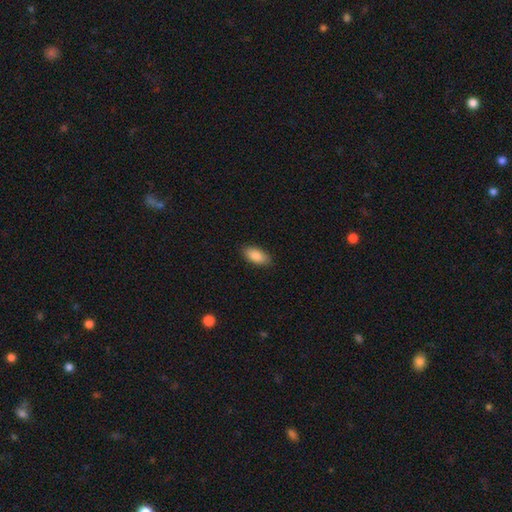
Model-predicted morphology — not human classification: smooth 88%, star or artifact 6%, featured or disk 6%. Down the decision tree: how rounded — in between (91%); merging — none (87%).